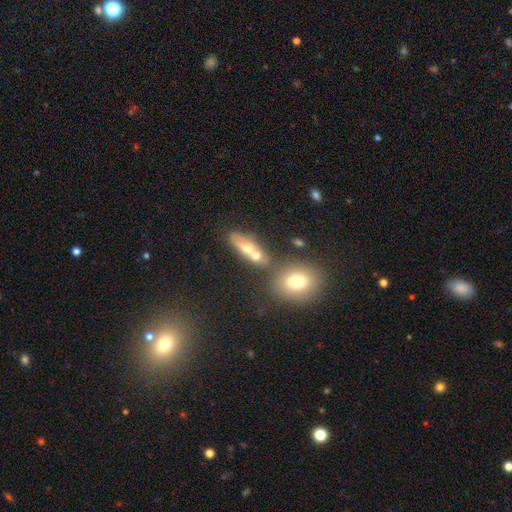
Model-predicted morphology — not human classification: Smooth or featured: smooth — 59% (featured or disk — 29%)
How rounded: in between — 59% (cigar-shaped — 21%)
Merging: merger — 51% (none — 33%)